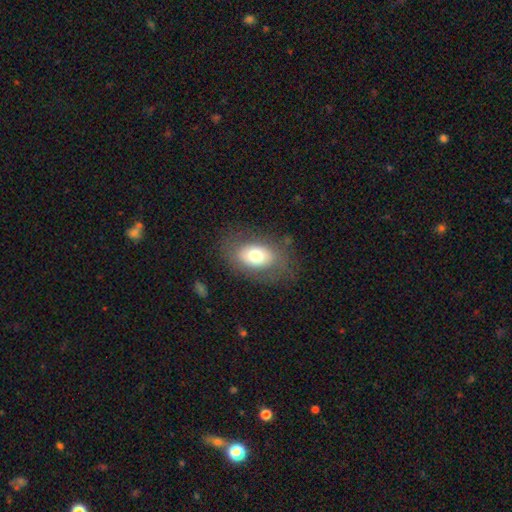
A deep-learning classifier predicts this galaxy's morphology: type=smooth (66%); roundness=in between (83%); merging=none (75%).